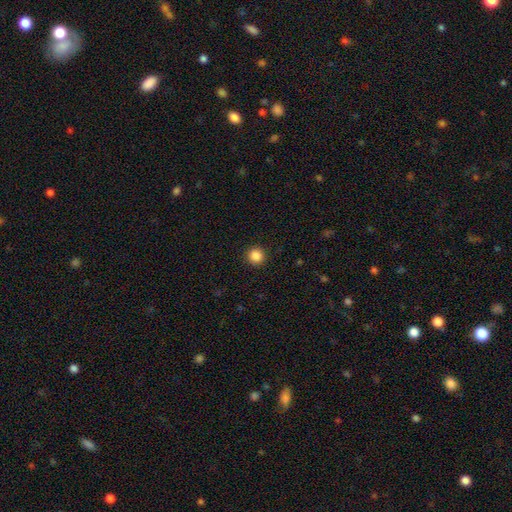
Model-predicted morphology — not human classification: Smooth or featured? smooth (86%)
How rounded? round (95%)
Merging? none (92%)